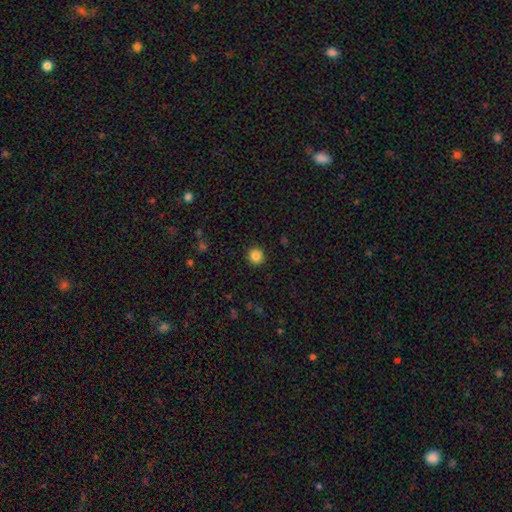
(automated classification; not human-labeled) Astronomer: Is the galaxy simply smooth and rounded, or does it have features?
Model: smooth — 85%.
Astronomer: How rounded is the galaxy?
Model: round — 93%.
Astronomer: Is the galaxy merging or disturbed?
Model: none — 92%.